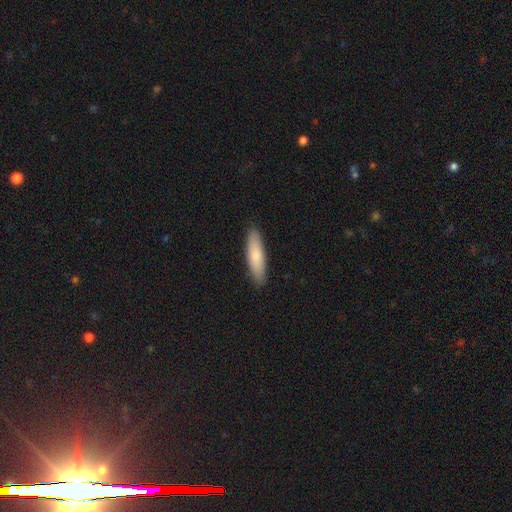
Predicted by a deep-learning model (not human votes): Smooth or featured: smooth — 77% (featured or disk — 17%)
How rounded: cigar-shaped — 68% (in between — 31%)
Merging: none — 89% (minor disturbance — 8%)